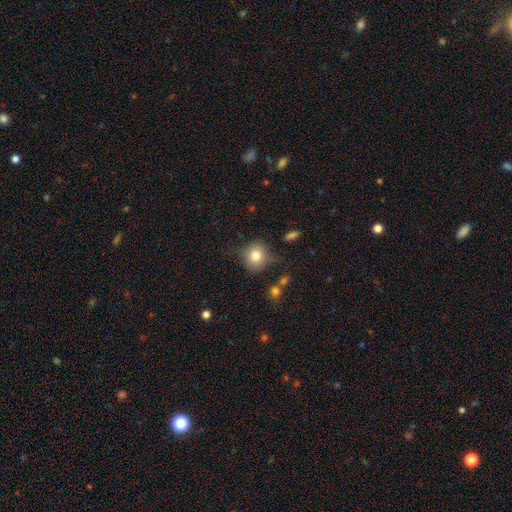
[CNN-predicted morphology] A smooth galaxy with no disk features (79%) that is round (84%). Merging: none (75%).